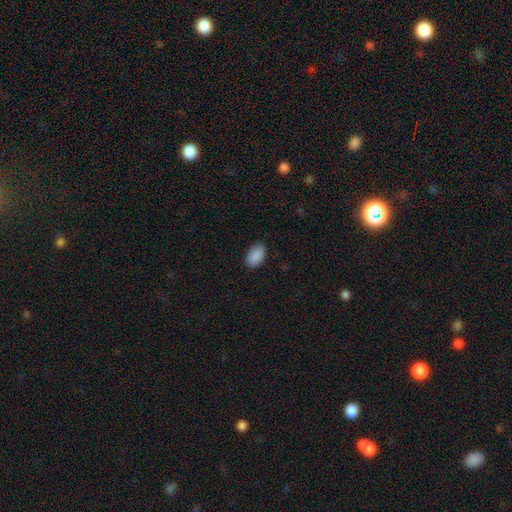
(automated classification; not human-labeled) smooth_or_featured: smooth (p=0.90) [alt: star or artifact p=0.07]
how_rounded: in between (p=0.91) [alt: round p=0.08]
merging: none (p=0.85) [alt: minor disturbance p=0.12]